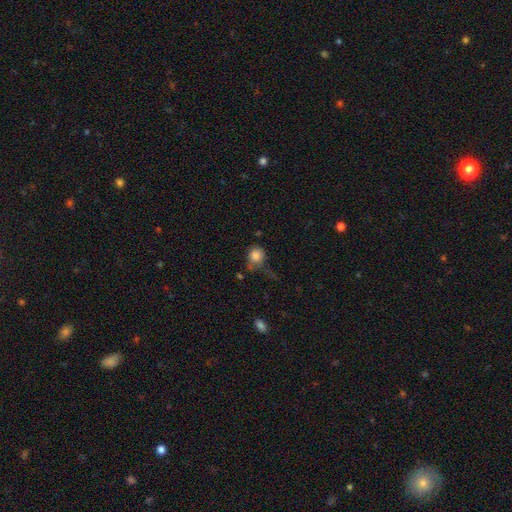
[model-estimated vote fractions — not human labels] A smooth galaxy with no disk features (82%) that is round (71%). Merging: none (45%).